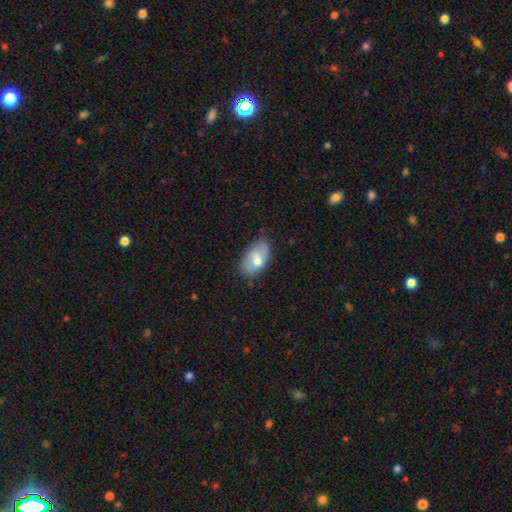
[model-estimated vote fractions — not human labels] Smooth or featured: smooth — 59% (featured or disk — 34%)
How rounded: in between — 91% (round — 6%)
Merging: none — 68% (minor disturbance — 25%)